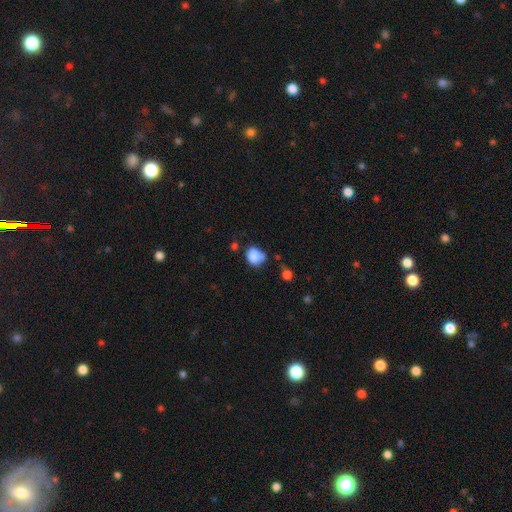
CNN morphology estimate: A smooth galaxy with no disk features (84%) that is round (68%).

Vote fractions:
- Smooth or featured? smooth: 84% / star or artifact: 9% / featured or disk: 6%
- How rounded? round: 68% / in between: 31% / cigar-shaped: 1%
- Merging? none: 54% / minor disturbance: 30% / merger: 9% / major disturbance: 8%